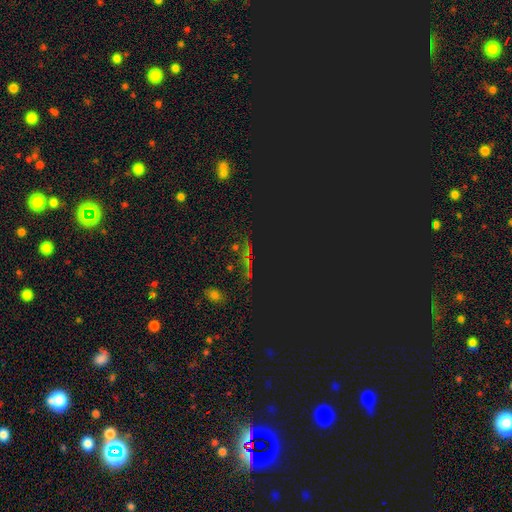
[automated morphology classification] Overall: star or artifact (78%).